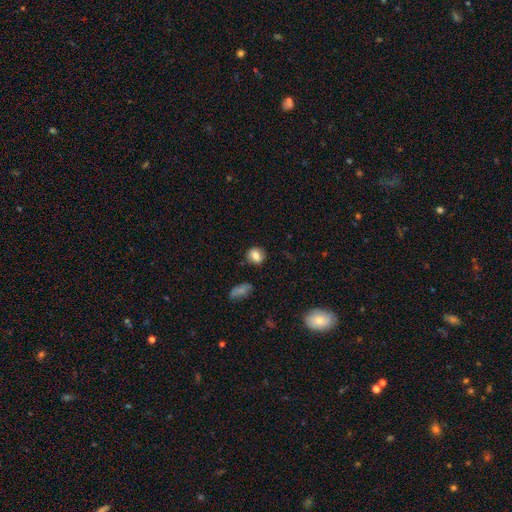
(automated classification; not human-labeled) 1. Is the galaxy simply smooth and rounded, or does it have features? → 81% smooth, 10% star or artifact, 9% featured or disk.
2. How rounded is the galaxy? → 60% round, 39% in between, 2% cigar-shaped.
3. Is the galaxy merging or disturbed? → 79% none, 15% minor disturbance, 4% major disturbance, 3% merger.